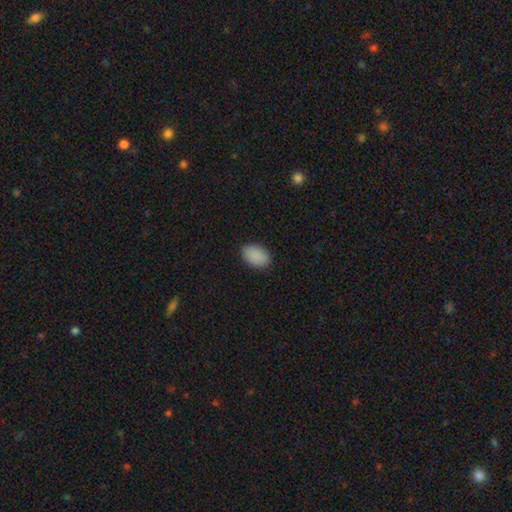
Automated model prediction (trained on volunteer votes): The model was most divided on "merging": none: 87%, minor disturbance: 10%, major disturbance: 2%, merger: 1%. More confident: smooth or featured — smooth (90%); how rounded — in between (89%).